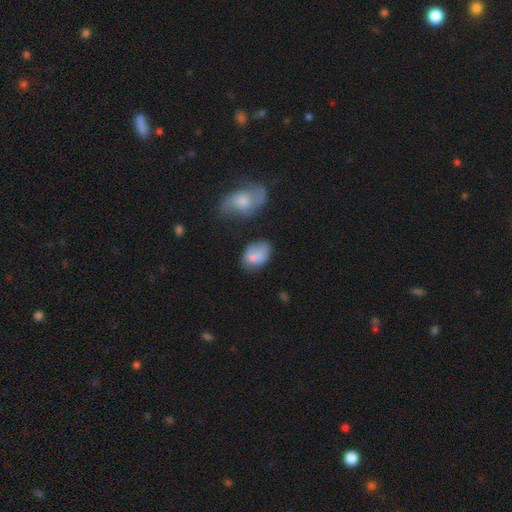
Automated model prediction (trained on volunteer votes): smooth-or-featured: smooth: 75% | featured or disk: 15% | star or artifact: 9%
  how-rounded: in between: 79% | round: 20% | cigar-shaped: 1%
  merging: none: 47% | minor disturbance: 30% | major disturbance: 12% | merger: 11%